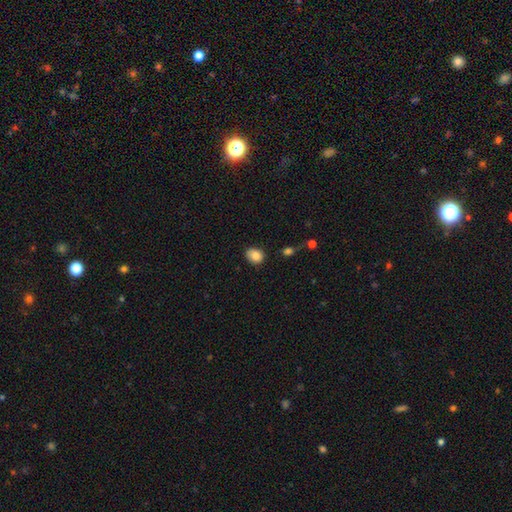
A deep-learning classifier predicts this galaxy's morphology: This appears to be a smooth galaxy with no disk features (81%) that is round (56%). Merging: none (79%).